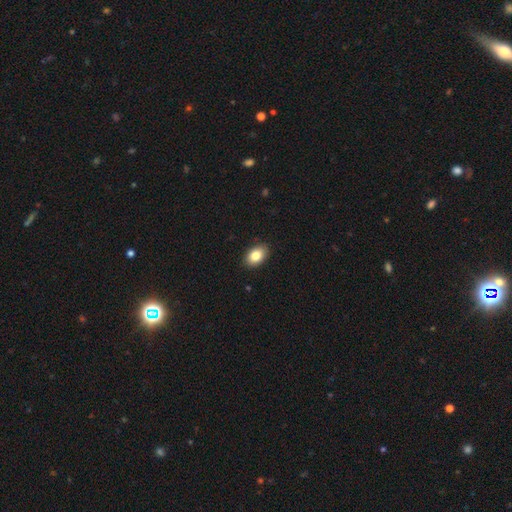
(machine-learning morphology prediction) Overall: smooth (84%). How rounded: in between (88%). Merging: none (89%).